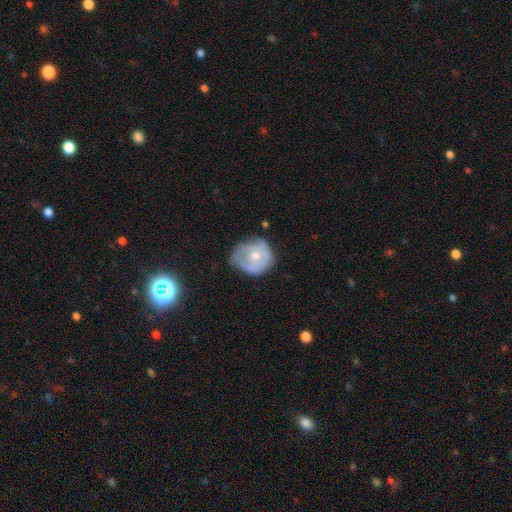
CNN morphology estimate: Smooth or featured? featured or disk (47%)
Merging? none (41%)